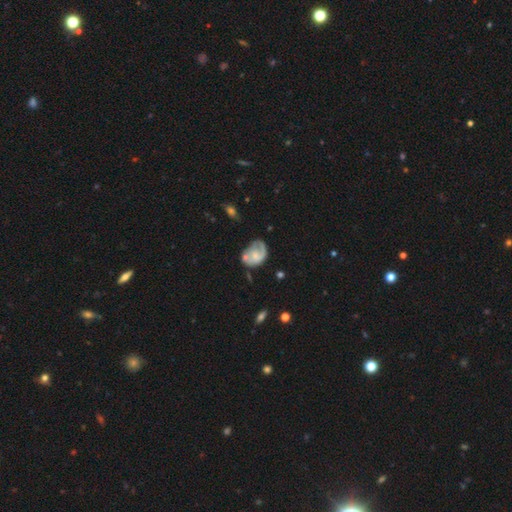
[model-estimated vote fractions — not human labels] Smooth or featured? Predicted: featured or disk (p=0.55). Edge-on disk? Predicted: no (p=0.97). Bar? Predicted: no (p=0.72). Spiral arms? Predicted: yes (p=0.68). Bulge size? Predicted: small (p=0.47). Merging? Predicted: none (p=0.39).